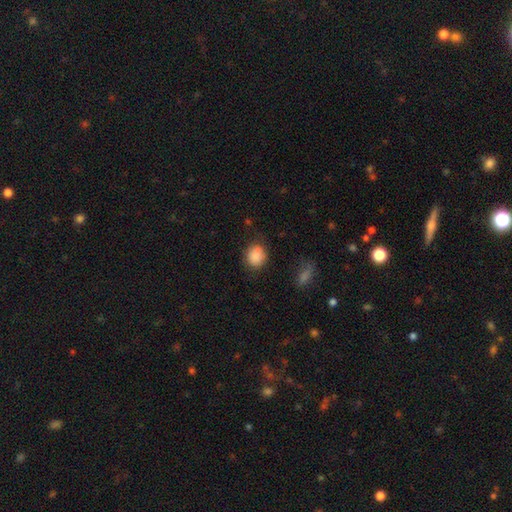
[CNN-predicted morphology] Smooth or featured? smooth (88%)
How rounded? round (63%)
Merging? none (77%)